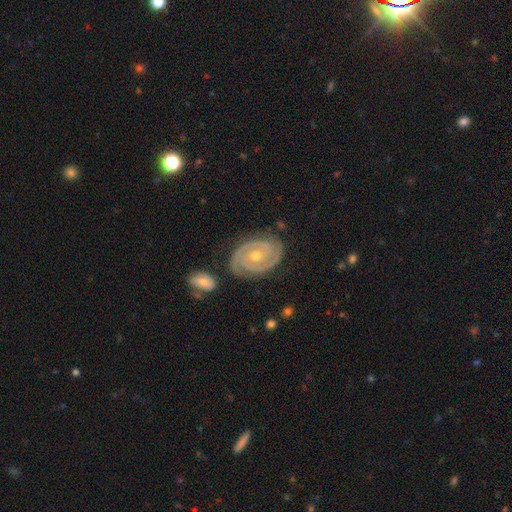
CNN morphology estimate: type=featured or disk (91%); edge-on=no (97%); bar=no (72%); spiral arms=yes (98%); winding=tight (81%); arm count=2 (82%); bulge=moderate (50%); merging=none (81%).